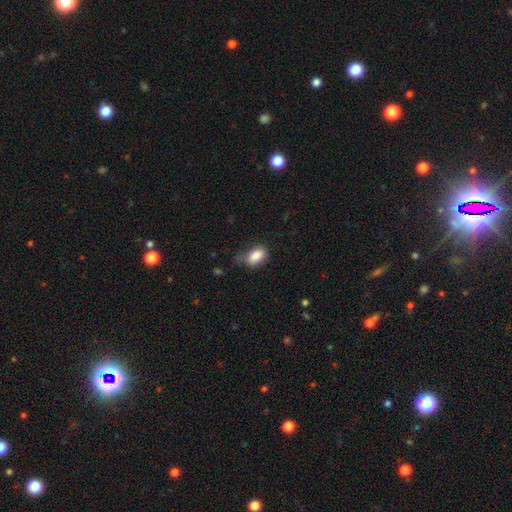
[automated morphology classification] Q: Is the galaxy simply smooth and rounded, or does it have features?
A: smooth — 86%.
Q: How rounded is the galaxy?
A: in between — 90%.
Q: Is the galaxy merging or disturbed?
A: none — 57%.